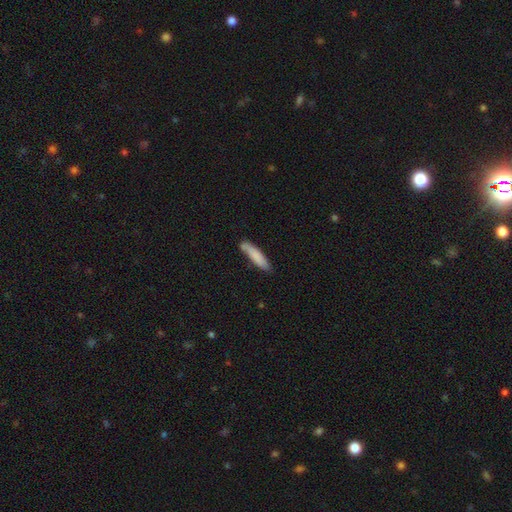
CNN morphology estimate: smooth 81%, featured or disk 13%, star or artifact 6%. Down the decision tree: how rounded — cigar-shaped (81%); merging — none (69%).